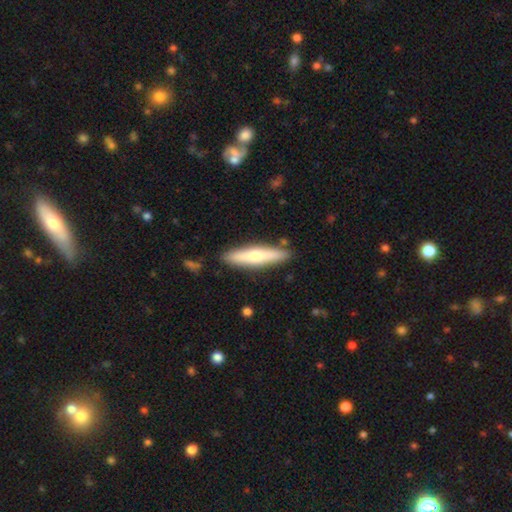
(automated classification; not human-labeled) This is possibly a smooth galaxy (51%). How rounded: clearly cigar-shaped (84%). Merging: clearly none (88%).